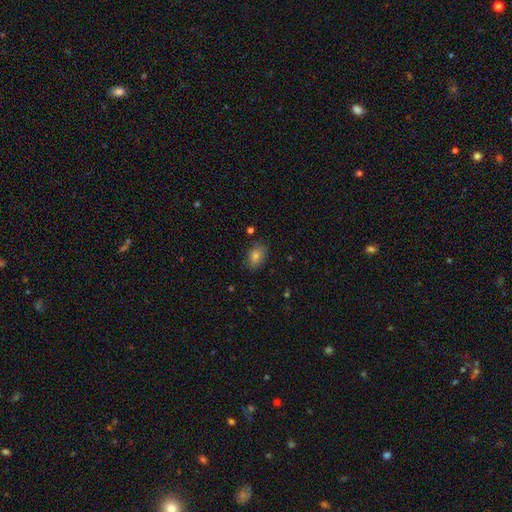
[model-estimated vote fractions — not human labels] Overall: smooth (81%). How rounded: in between (82%). Merging: none (84%).